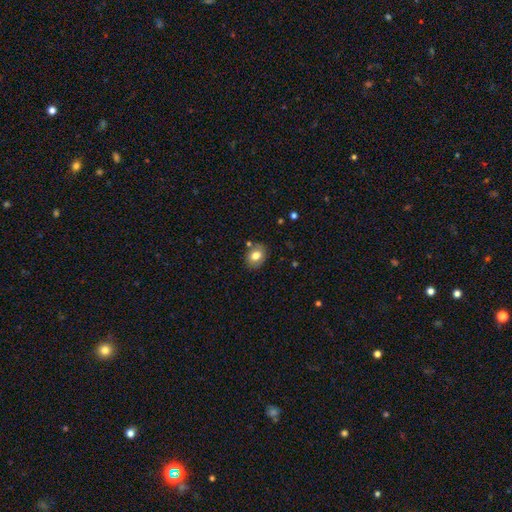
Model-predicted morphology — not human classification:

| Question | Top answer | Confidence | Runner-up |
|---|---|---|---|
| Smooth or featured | smooth | 78% | featured or disk (13%) |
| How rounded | in between | 56% | round (43%) |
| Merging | none | 80% | minor disturbance (13%) |